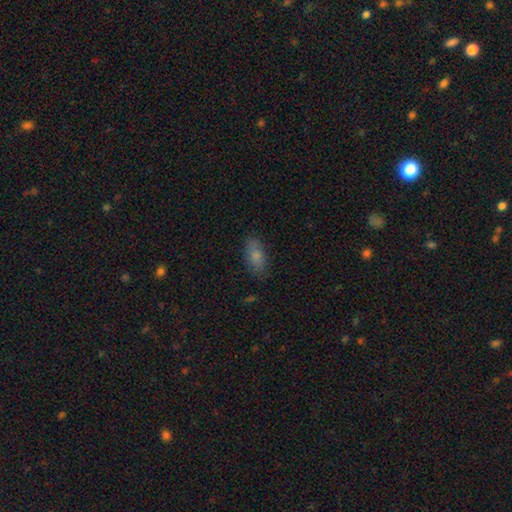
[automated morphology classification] Smooth or featured? Predicted: smooth (p=0.79). How rounded? Predicted: in between (p=0.86). Merging? Predicted: none (p=0.79).